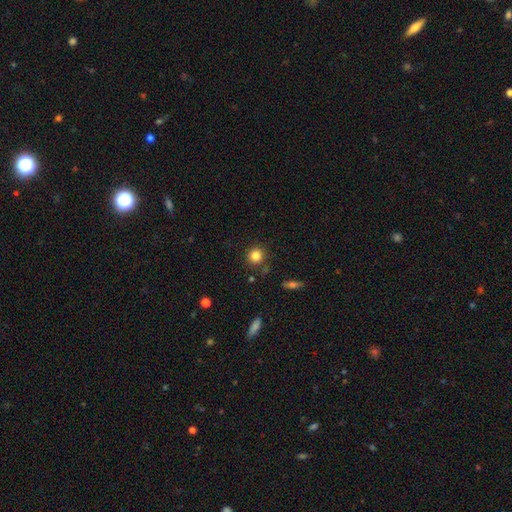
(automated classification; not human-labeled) This appears to be a smooth galaxy with no disk features (83%) that is round (91%). Merging: none (85%).